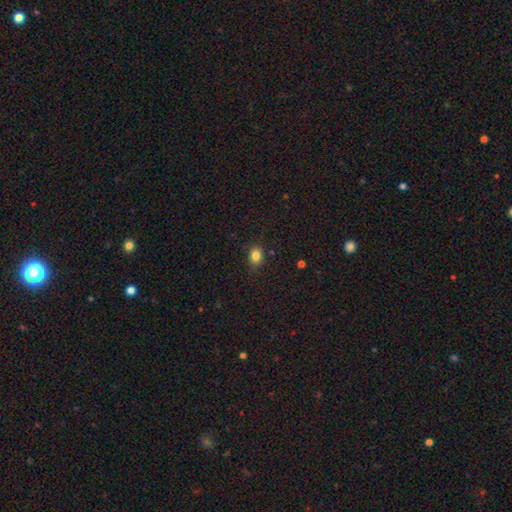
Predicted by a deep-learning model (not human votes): Smooth or featured? Predicted: smooth (p=0.84). How rounded? Predicted: in between (p=0.60). Merging? Predicted: none (p=0.84).